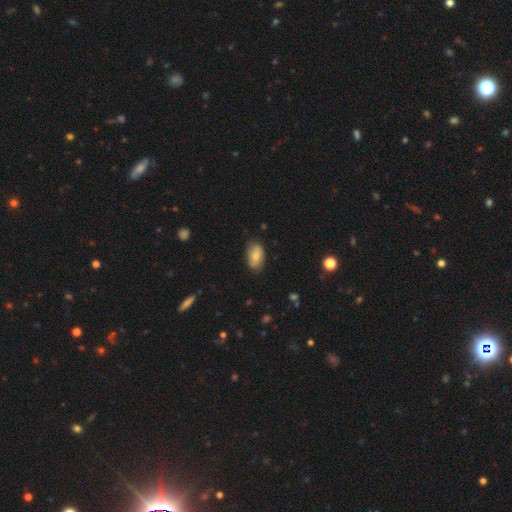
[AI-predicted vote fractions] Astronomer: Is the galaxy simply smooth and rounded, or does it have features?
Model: smooth — 75%.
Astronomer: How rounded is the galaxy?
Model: in between — 92%.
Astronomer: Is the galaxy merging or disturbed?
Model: none — 78%.